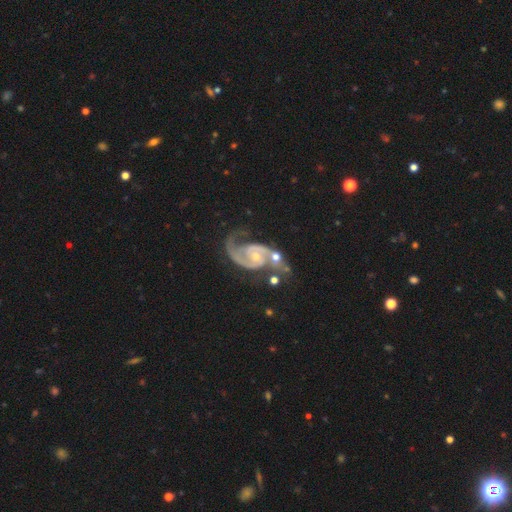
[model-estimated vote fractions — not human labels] Morphology: type=featured or disk (92%); edge-on=no (98%); bar=no (55%); spiral arms=yes (98%); winding=medium (56%); arm count=2 (90%); bulge=small (60%); merging=none (43%).